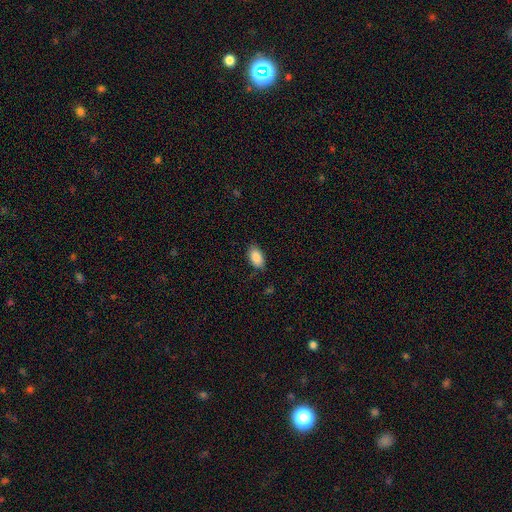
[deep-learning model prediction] A smooth galaxy with no disk features (89%) that is in between round and cigar-shaped (93%).

Vote fractions:
- Smooth or featured? smooth: 89% / star or artifact: 7% / featured or disk: 4%
- How rounded? in between: 93% / round: 6% / cigar-shaped: 2%
- Merging? none: 82% / minor disturbance: 14% / major disturbance: 3% / merger: 1%